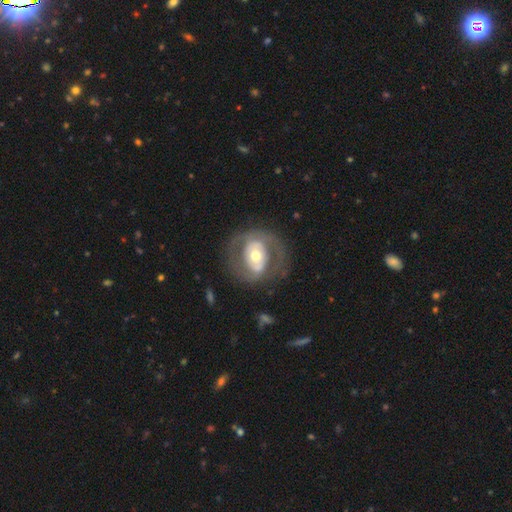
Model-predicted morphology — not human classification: smooth-or-featured: featured or disk: 70% | smooth: 25% | star or artifact: 5%
  disk-edge-on: no: 96% | yes: 4%
    bar: no: 56% | weak: 25% | strong: 19%
    has-spiral-arms: yes: 53% | no: 47%
    bulge-size: moderate: 65% | small: 21% | large: 12% | dominant: 1% | none: 1%
  merging: none: 70% | minor disturbance: 15% | major disturbance: 14% | merger: 2%